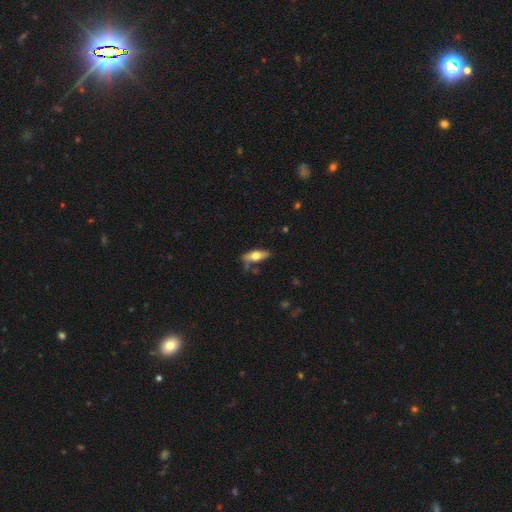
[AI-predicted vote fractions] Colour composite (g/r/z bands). It shows a smooth galaxy with no disk features (58%) that is in between round and cigar-shaped (62%). Merging: none (67%).